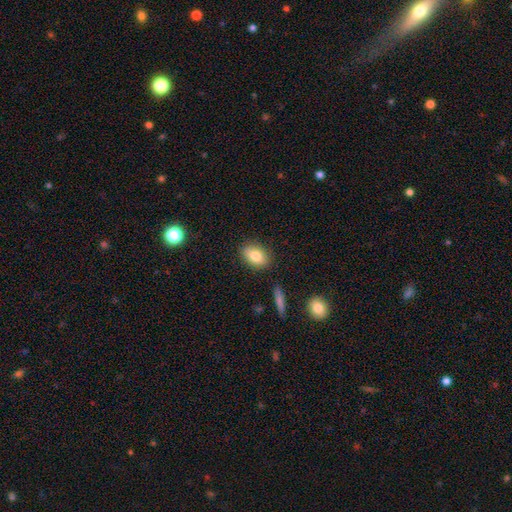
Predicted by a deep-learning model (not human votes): smooth 81%, featured or disk 11%, star or artifact 8%. Down the decision tree: how rounded — in between (81%); merging — none (85%).